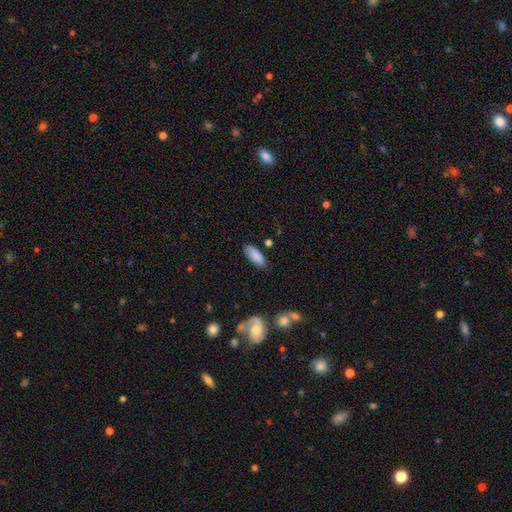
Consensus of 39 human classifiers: Smooth or featured: smooth — 95% (featured or disk — 3%)
How rounded: in between — 78% (cigar-shaped — 19%)
Merging: none — 84% (minor disturbance — 13%)